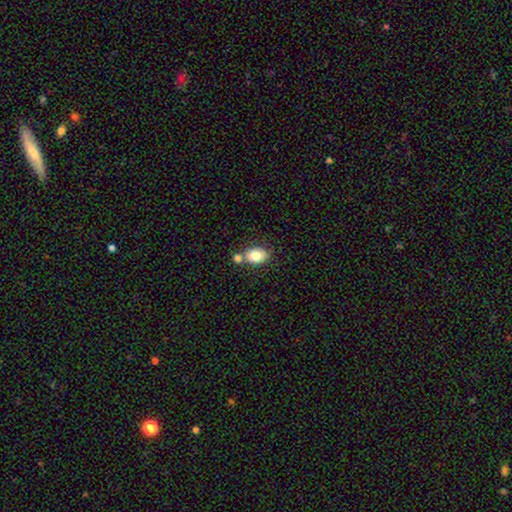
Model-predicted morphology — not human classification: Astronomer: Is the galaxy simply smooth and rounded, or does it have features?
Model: smooth — 79%.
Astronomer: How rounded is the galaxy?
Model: in between — 75%.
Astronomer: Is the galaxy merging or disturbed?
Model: none — 56%.